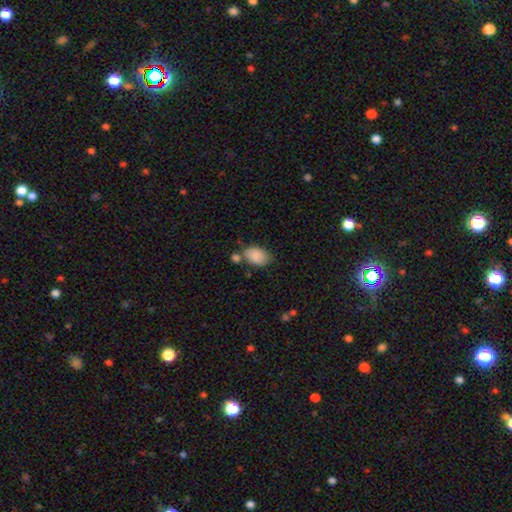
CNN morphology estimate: smooth-or-featured: smooth: 86% | star or artifact: 7% | featured or disk: 7%
  how-rounded: in between: 85% | round: 14% | cigar-shaped: 1%
  merging: none: 55% | merger: 21% | minor disturbance: 19% | major disturbance: 6%